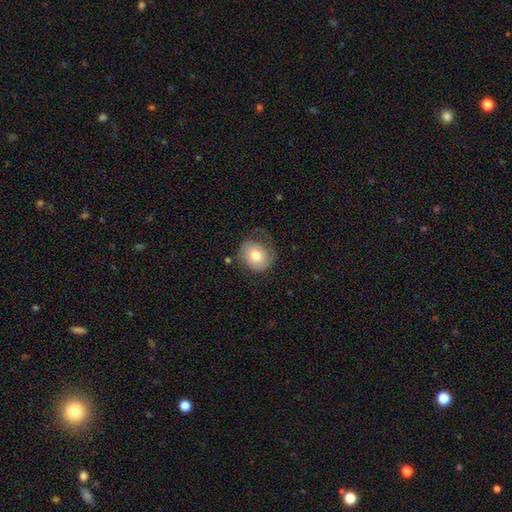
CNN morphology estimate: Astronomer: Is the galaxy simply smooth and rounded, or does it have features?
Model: smooth — 56% (runner-up: featured or disk, 37%).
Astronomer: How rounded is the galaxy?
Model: round — 67%.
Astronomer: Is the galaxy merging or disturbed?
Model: none — 54%.